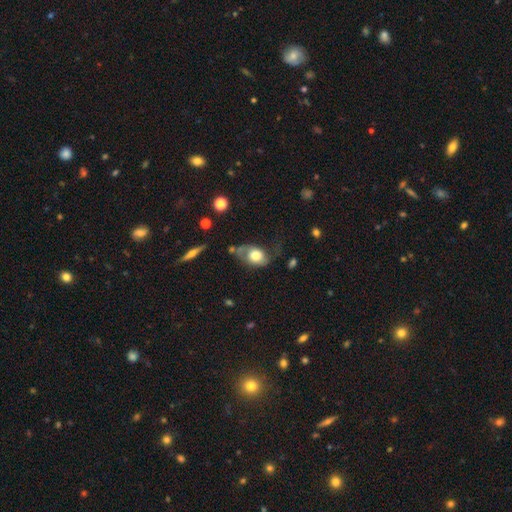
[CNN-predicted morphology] smooth 56%, featured or disk 36%, star or artifact 8%. Down the decision tree: how rounded — in between (74%); merging — none (34%).